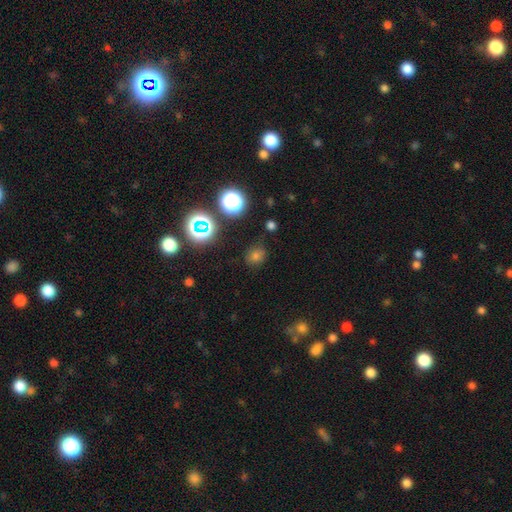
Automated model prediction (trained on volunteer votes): Smooth or featured?
  - smooth: 64% *
  - star or artifact: 28%
  - featured or disk: 8%
How rounded?
  - round: 70% *
  - in between: 29%
  - cigar-shaped: 1%
Merging?
  - none: 80% *
  - minor disturbance: 13%
  - major disturbance: 4%
  - merger: 2%